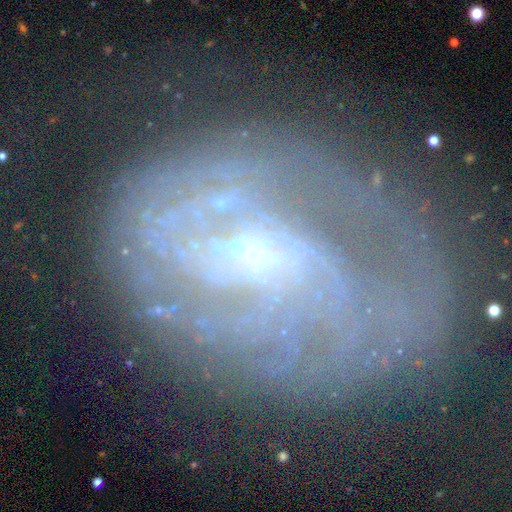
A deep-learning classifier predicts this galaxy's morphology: A featured or disk galaxy (79%) with a weak bar (44%), tight (57%) spiral arms (81%) and a small central bulge (53%).

Vote fractions:
- Smooth or featured? featured or disk: 79% / smooth: 12% / star or artifact: 9%
- Edge-on disk? no: 97% / yes: 3%
- Bar? weak: 44% / no: 41% / strong: 15%
- Spiral arms? yes: 81% / no: 19%
- Spiral winding? tight: 57% / medium: 30% / loose: 13%
- Spiral arm count? can't tell: 47% / 2: 26% / 1: 9% / 3: 9% / 4: 5% / more than 4: 4%
- Bulge size? small: 53% / moderate: 27% / none: 14% / large: 4% / dominant: 1%
- Merging? none: 50% / major disturbance: 26% / minor disturbance: 22% / merger: 3%